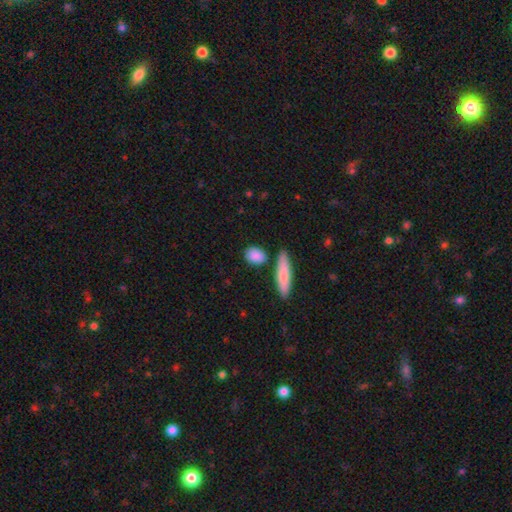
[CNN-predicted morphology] smooth-or-featured: smooth: 87% | featured or disk: 7% | star or artifact: 6%
  how-rounded: in between: 60% | round: 26% | cigar-shaped: 14%
  merging: none: 75% | minor disturbance: 13% | merger: 8% | major disturbance: 3%